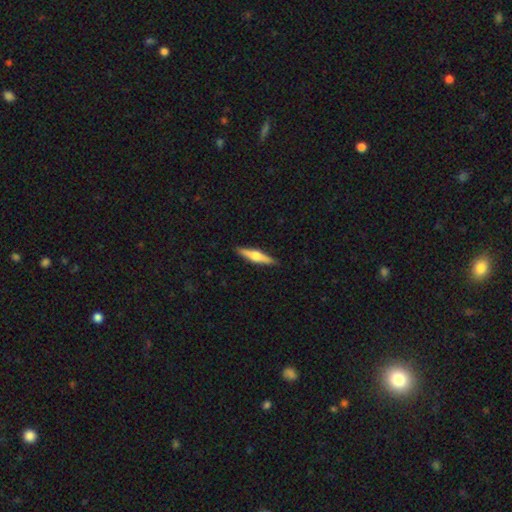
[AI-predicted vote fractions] smooth_or_featured: featured or disk (p=0.58) [alt: smooth p=0.37]
disk_edge_on: yes (p=0.97) [alt: no p=0.03]
edge_on_bulge: rounded (p=0.89) [alt: boxy p=0.07]
merging: none (p=0.91) [alt: minor disturbance p=0.07]